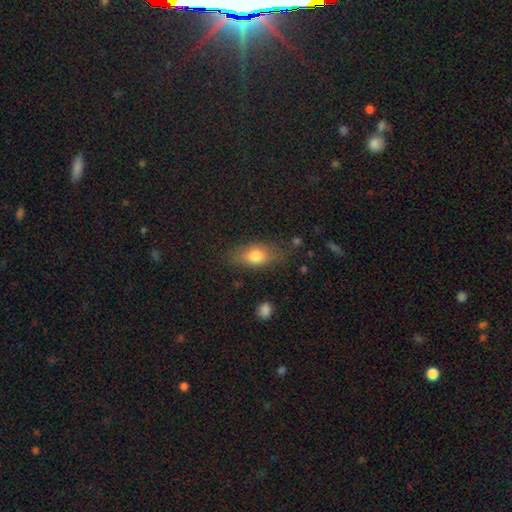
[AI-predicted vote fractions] Smooth or featured? Predicted: smooth (p=0.77). How rounded? Predicted: in between (p=0.80). Merging? Predicted: none (p=0.74).